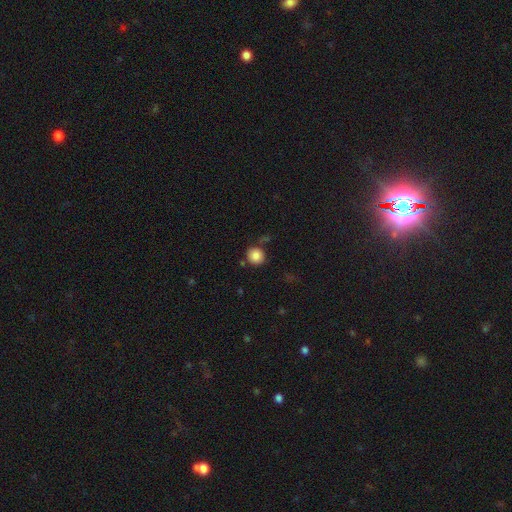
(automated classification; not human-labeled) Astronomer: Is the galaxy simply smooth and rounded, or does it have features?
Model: smooth — 85%.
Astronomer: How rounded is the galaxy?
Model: round — 88%.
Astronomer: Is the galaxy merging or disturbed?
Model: none — 77%.